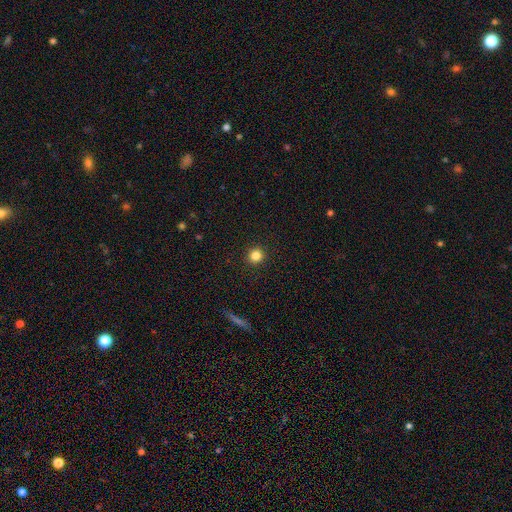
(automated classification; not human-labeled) A smooth galaxy with no disk features (83%) that is round (94%). Merging: none (93%).